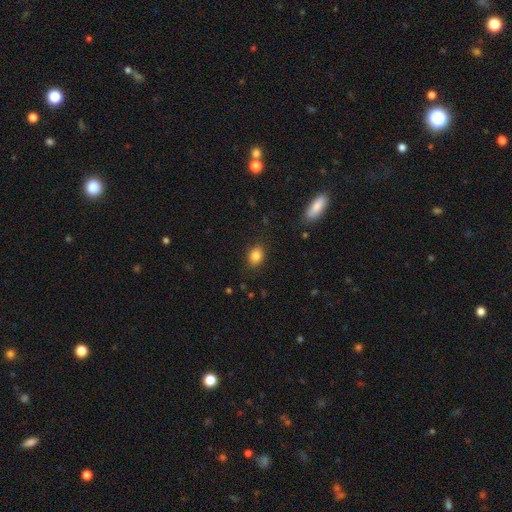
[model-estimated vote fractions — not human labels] Smooth or featured? Predicted: smooth (p=0.84). How rounded? Predicted: in between (p=0.62). Merging? Predicted: none (p=0.85).